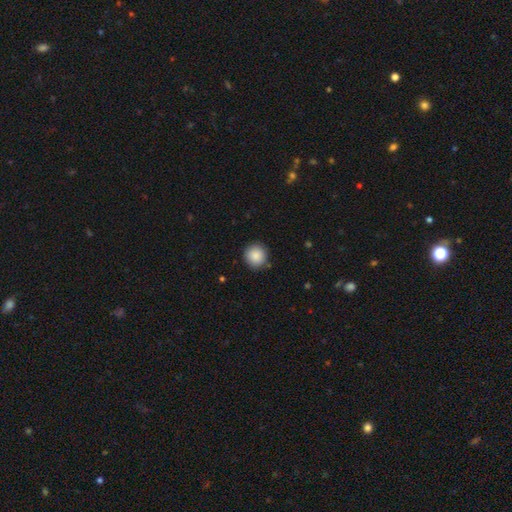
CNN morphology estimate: This appears to be a smooth galaxy with no disk features (88%) that is round (93%). Merging: none (88%).